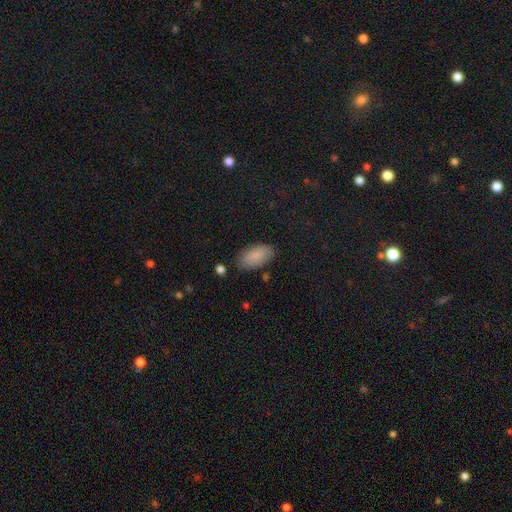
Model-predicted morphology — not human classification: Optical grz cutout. It shows a smooth galaxy with no disk features (88%) that is in between round and cigar-shaped (94%). Merging: none (82%).